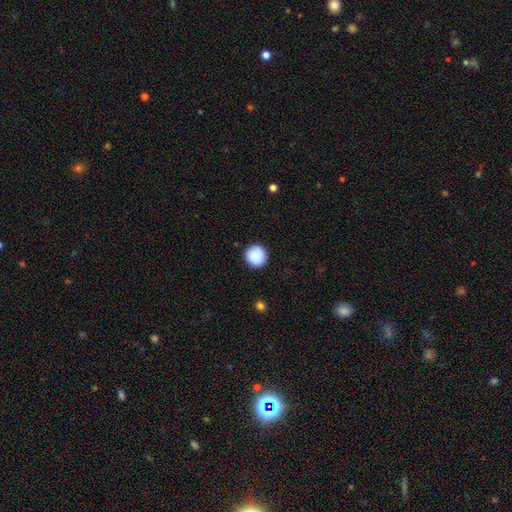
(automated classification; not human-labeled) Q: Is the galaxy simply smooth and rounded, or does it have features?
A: smooth — 89%.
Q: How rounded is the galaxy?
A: round — 95%.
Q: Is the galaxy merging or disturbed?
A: none — 91%.